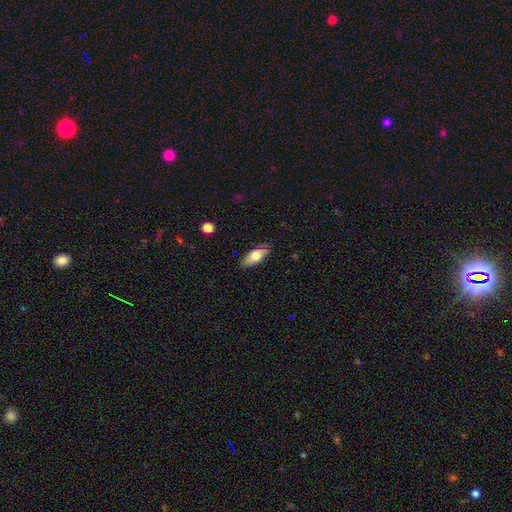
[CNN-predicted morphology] smooth_or_featured: smooth (p=0.71) [alt: featured or disk p=0.22]
how_rounded: in between (p=0.84) [alt: cigar-shaped p=0.13]
merging: none (p=0.84) [alt: minor disturbance p=0.13]